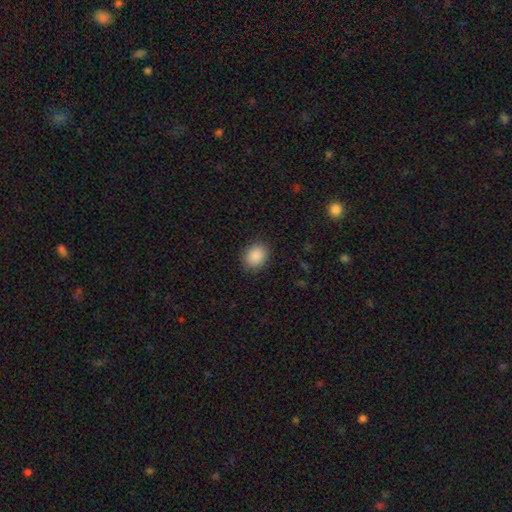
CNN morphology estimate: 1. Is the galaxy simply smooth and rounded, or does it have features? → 90% smooth, 8% star or artifact, 3% featured or disk.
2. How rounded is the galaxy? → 51% in between, 48% round, 1% cigar-shaped.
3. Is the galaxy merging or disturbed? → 89% none, 8% minor disturbance, 2% major disturbance, 1% merger.